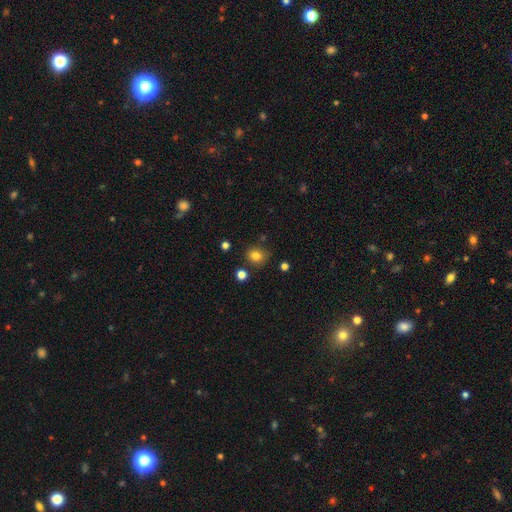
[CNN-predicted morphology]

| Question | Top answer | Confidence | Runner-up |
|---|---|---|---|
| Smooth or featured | smooth | 80% | star or artifact (13%) |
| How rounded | round | 75% | in between (24%) |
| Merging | none | 79% | minor disturbance (13%) |